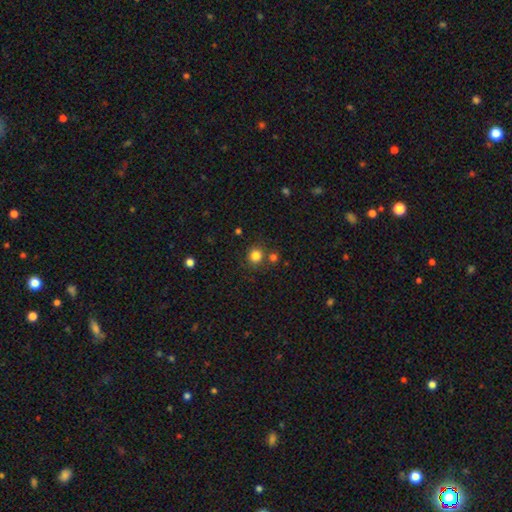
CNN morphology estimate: Q: Smooth or featured?
A: smooth (82%); runner-up: star or artifact (13%)
Q: How rounded?
A: round (88%); runner-up: in between (11%)
Q: Merging?
A: none (73%); runner-up: merger (15%)